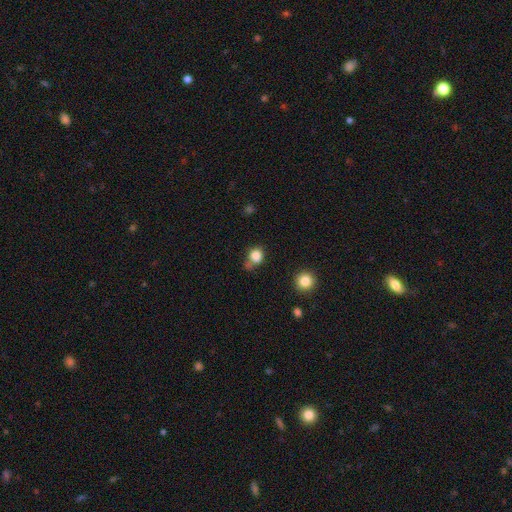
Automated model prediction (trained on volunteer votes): Morphology: type=smooth (83%); roundness=round (66%); merging=none (51%).